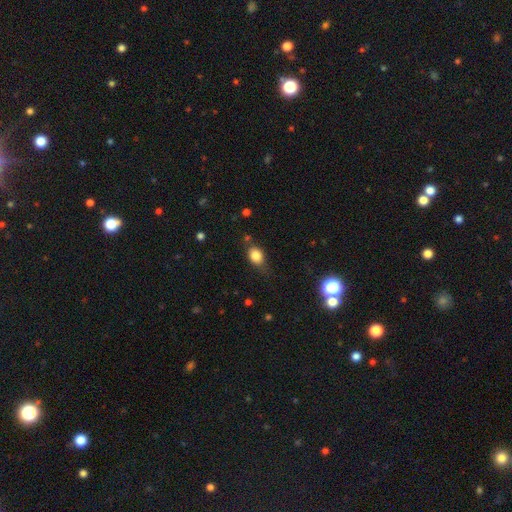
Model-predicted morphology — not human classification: Smooth or featured? Predicted: smooth (p=0.81). How rounded? Predicted: in between (p=0.67). Merging? Predicted: none (p=0.65).